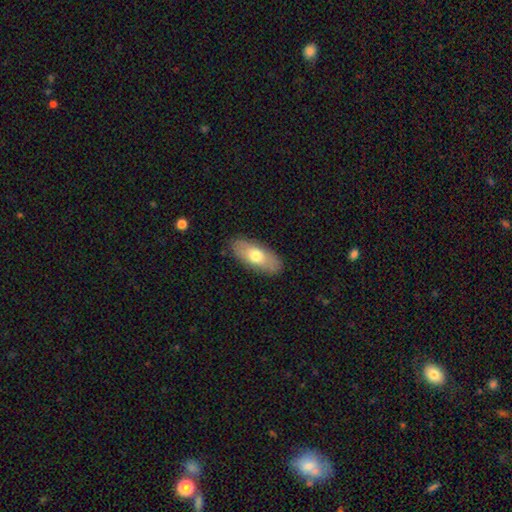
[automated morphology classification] Smooth or featured: smooth — 68% (featured or disk — 26%)
How rounded: in between — 81% (cigar-shaped — 16%)
Merging: none — 87% (minor disturbance — 10%)